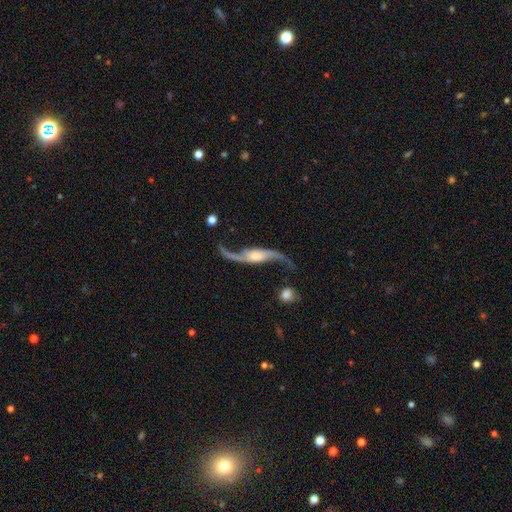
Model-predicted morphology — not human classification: A featured or disk galaxy (90%) with no bar (49%), 2 (94%) loose (93%) spiral arms (97%) and a small central bulge (37%). Merging: none (68%).